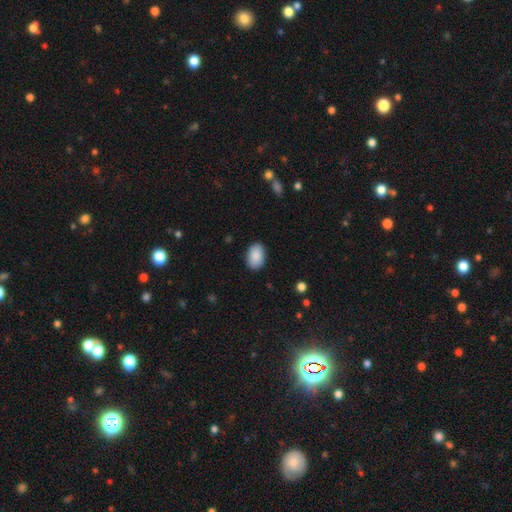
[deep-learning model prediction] Overall: smooth (90%). How rounded: in between (87%). Merging: none (87%).